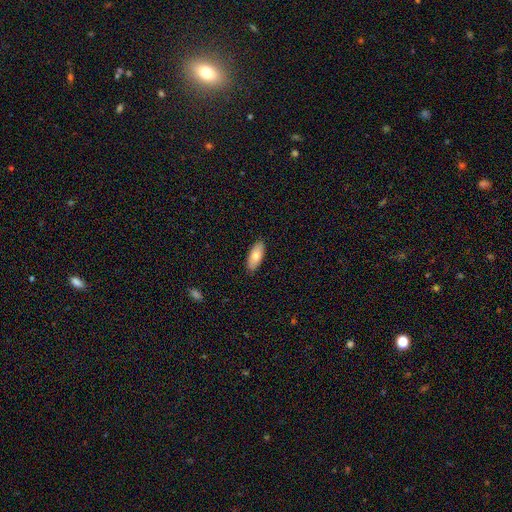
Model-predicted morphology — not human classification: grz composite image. It shows a smooth galaxy with no disk features (77%) that is in between round and cigar-shaped (85%). Merging: none (89%).